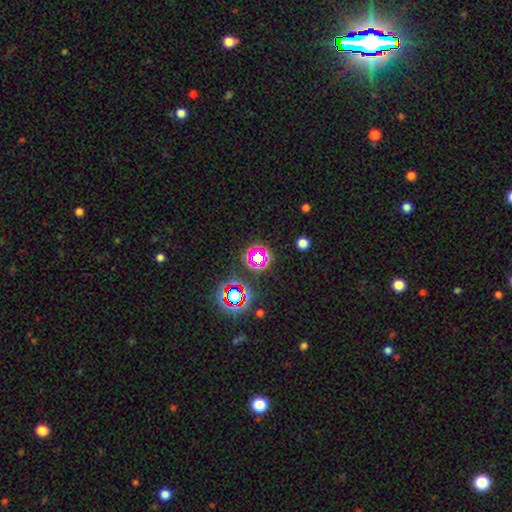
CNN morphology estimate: star or artifact 56%, smooth 29%, featured or disk 16%.